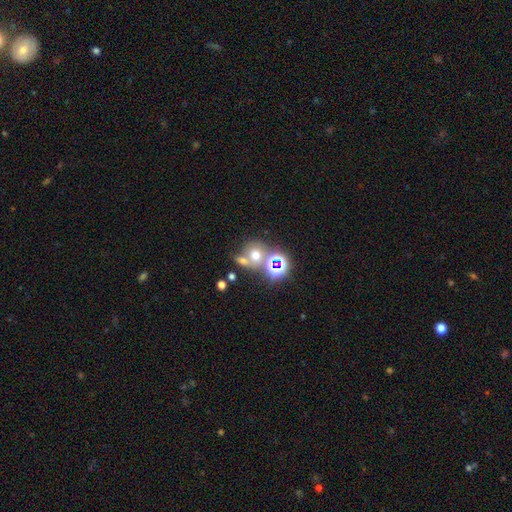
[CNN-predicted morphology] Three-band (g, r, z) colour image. It shows a smooth galaxy with no disk features (56%) that is round (78%). Merging: none (47%).